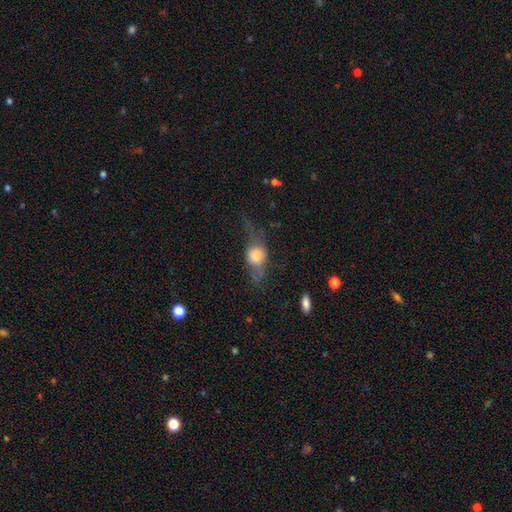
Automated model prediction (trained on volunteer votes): The model was most divided on "how rounded": in between: 48%, round: 42%, cigar-shaped: 11%. Remaining: smooth or featured — smooth (52%); merging — none (44%).